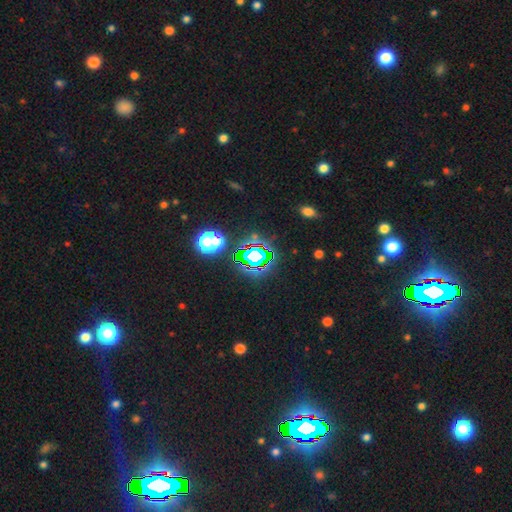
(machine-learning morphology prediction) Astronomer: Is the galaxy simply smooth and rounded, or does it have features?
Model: star or artifact — 77%.